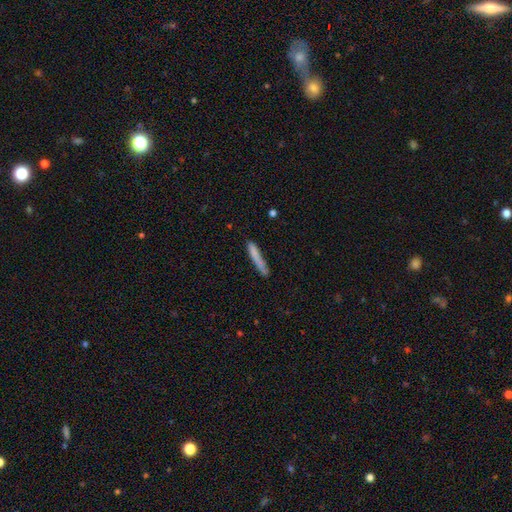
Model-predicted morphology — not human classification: smooth-or-featured: smooth: 77% | featured or disk: 17% | star or artifact: 7%
  how-rounded: cigar-shaped: 94% | in between: 4% | round: 1%
  merging: none: 73% | minor disturbance: 19% | major disturbance: 5% | merger: 4%